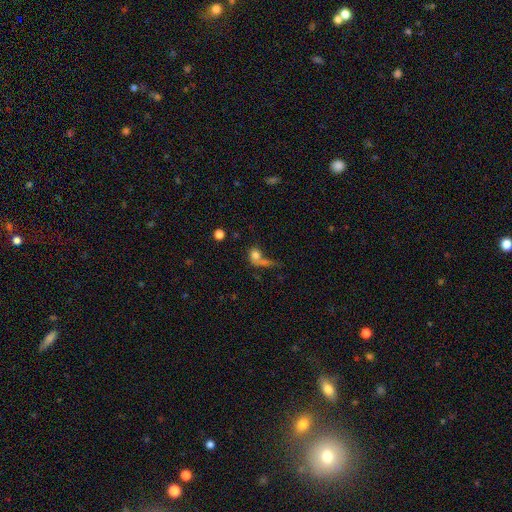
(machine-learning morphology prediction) A smooth galaxy with no disk features (56%) that is round (58%).

Vote fractions:
- Smooth or featured? smooth: 56% / featured or disk: 24% / star or artifact: 20%
- How rounded? round: 58% / in between: 36% / cigar-shaped: 6%
- Merging? none: 30% / major disturbance: 29% / merger: 28% / minor disturbance: 13%